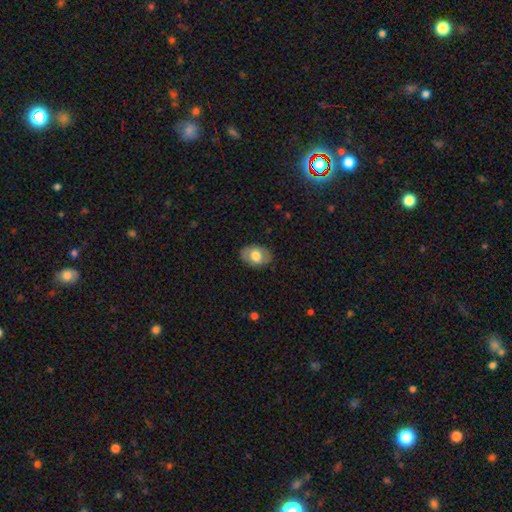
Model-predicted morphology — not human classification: Smooth or featured?
  - smooth: 67% *
  - featured or disk: 26%
  - star or artifact: 7%
How rounded?
  - in between: 82% *
  - round: 16%
  - cigar-shaped: 1%
Merging?
  - none: 84% *
  - minor disturbance: 12%
  - major disturbance: 3%
  - merger: 1%